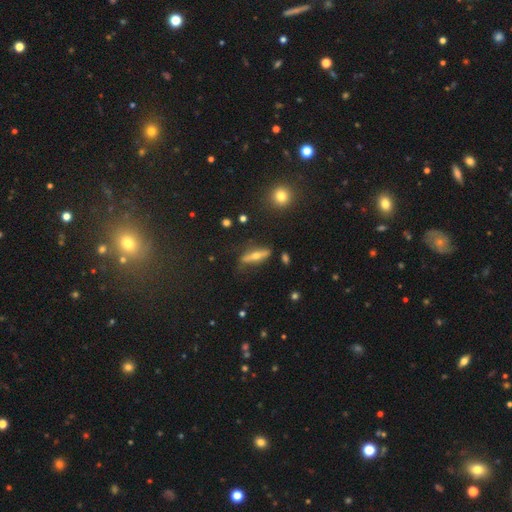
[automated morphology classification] This appears to be a featured or disk galaxy (58%) viewed edge-on (82%). Merging: none (73%).